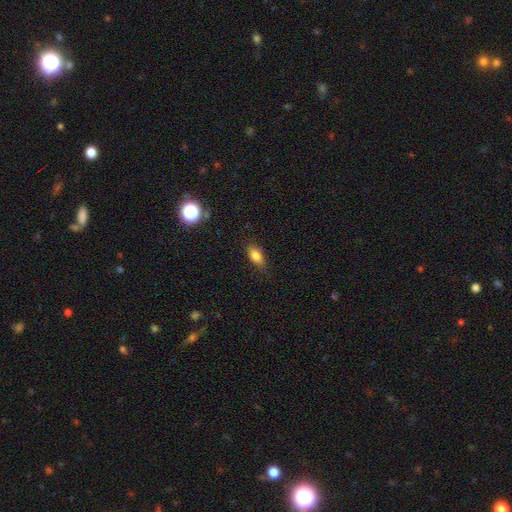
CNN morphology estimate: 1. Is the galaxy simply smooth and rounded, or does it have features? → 80% smooth, 10% featured or disk, 10% star or artifact.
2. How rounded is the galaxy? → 80% in between, 15% cigar-shaped, 5% round.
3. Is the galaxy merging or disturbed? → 81% none, 15% minor disturbance, 3% major disturbance, 1% merger.